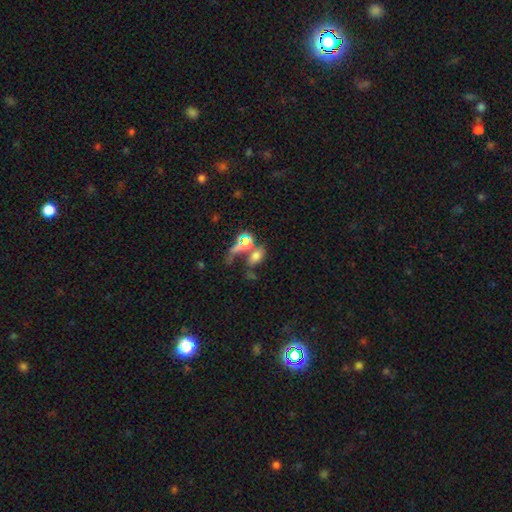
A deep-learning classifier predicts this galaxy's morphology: A smooth galaxy with no disk features (63%) that is in between round and cigar-shaped (76%). Merging: merger (37%).